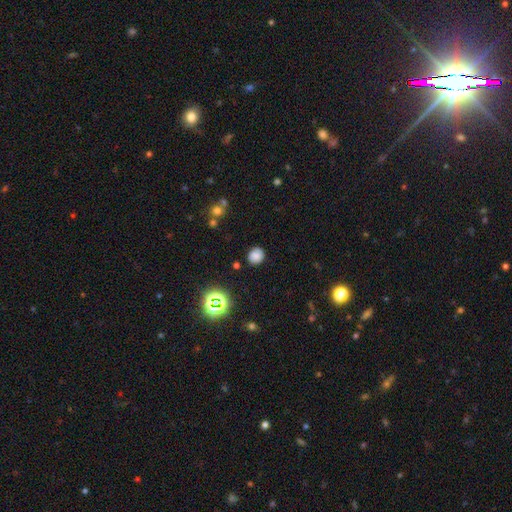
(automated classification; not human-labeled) Smooth or featured: smooth — 76% (star or artifact — 17%)
How rounded: round — 76% (in between — 24%)
Merging: none — 84% (minor disturbance — 11%)